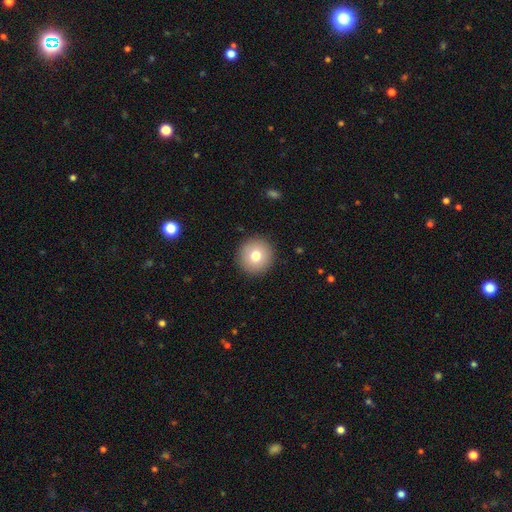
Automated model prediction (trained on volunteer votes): smooth_or_featured: smooth (p=0.76) [alt: featured or disk p=0.14]
how_rounded: round (p=0.95) [alt: in between p=0.04]
merging: none (p=0.92) [alt: minor disturbance p=0.05]